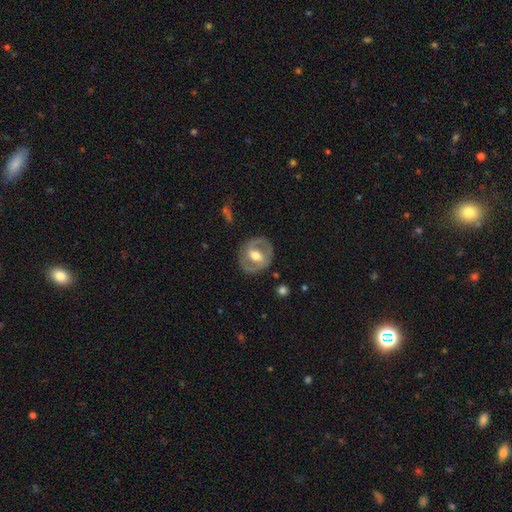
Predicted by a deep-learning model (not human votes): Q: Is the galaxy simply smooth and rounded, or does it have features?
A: featured or disk — 70%.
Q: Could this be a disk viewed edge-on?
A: no — 96%.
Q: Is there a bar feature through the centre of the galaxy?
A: weak — 41%.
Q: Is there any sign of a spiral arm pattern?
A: yes — 60%.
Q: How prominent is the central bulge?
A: moderate — 69%.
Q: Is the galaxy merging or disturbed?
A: none — 82%.